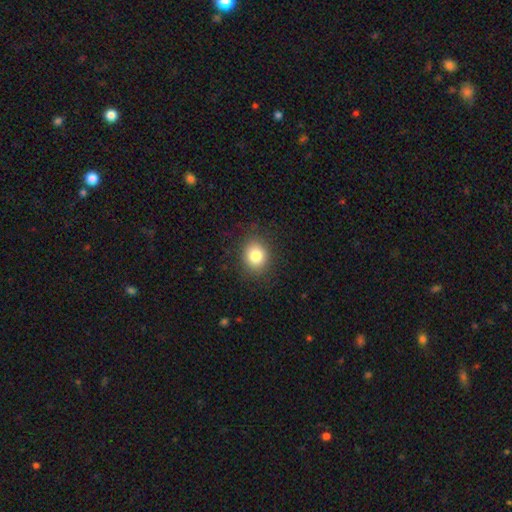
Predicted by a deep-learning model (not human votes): Smooth or featured? Predicted: smooth (p=0.82). How rounded? Predicted: round (p=0.67). Merging? Predicted: none (p=0.86).